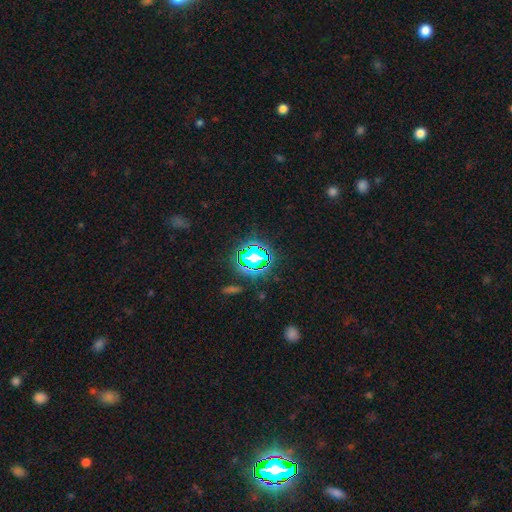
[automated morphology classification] Smooth or featured? Predicted: star or artifact (p=0.74).